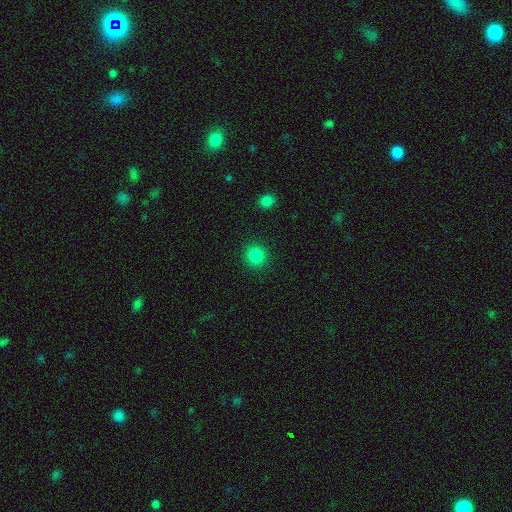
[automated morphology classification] Q: Smooth or featured?
A: smooth (85%); runner-up: star or artifact (11%)
Q: How rounded?
A: round (92%); runner-up: in between (7%)
Q: Merging?
A: none (91%); runner-up: minor disturbance (6%)